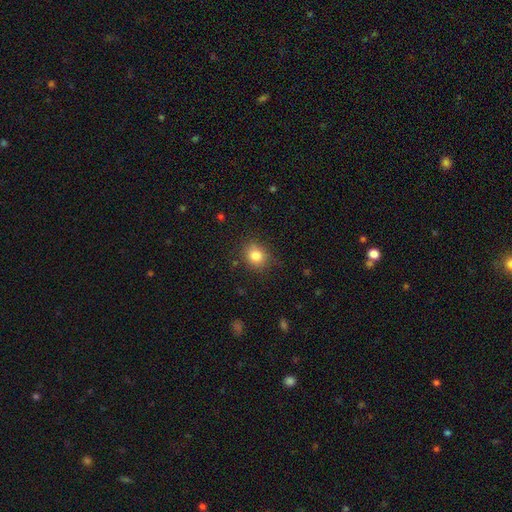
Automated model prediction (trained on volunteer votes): Morphology: type=smooth (82%); roundness=round (69%); merging=none (81%).